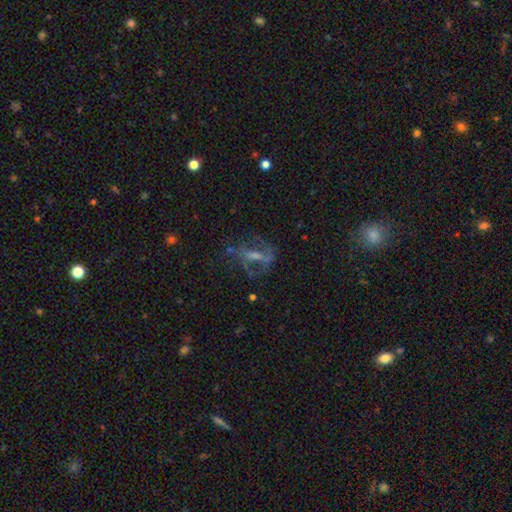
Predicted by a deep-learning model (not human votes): This appears to be a featured or disk galaxy (62%) with a weak bar (36%), spiral arms (59%) and a small central bulge (39%). Merging: none (55%).